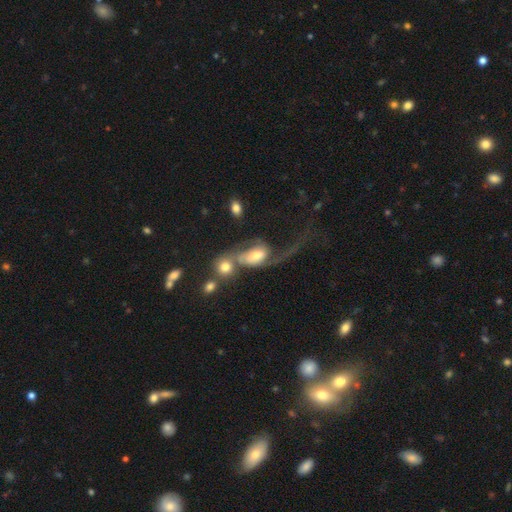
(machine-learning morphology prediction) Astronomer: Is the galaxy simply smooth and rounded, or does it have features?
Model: featured or disk — 63%.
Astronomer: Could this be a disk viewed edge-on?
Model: no — 94%.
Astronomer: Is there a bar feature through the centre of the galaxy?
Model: no — 52% (runner-up: weak, 35%).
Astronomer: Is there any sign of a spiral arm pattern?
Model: yes — 83%.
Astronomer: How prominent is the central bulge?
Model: moderate — 51%.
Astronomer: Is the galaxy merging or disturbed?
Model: merger — 50% (runner-up: major disturbance, 27%).